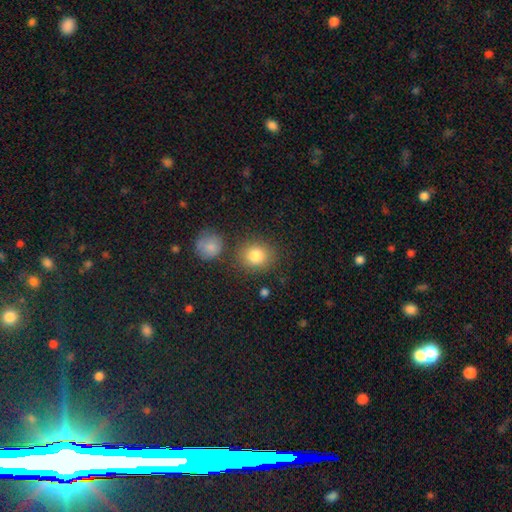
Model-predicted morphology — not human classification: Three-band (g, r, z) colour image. It shows a smooth galaxy with no disk features (84%) that is round (75%). Merging: none (77%).